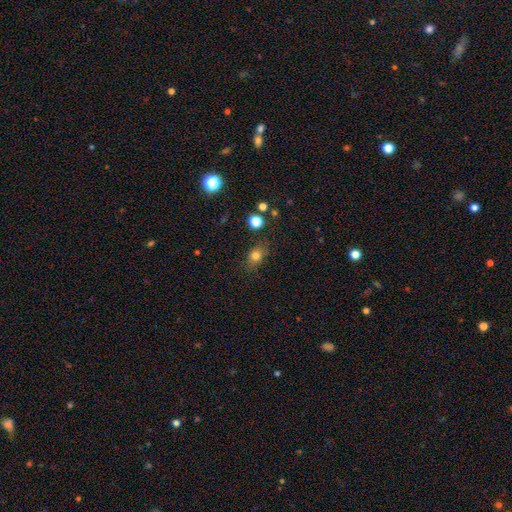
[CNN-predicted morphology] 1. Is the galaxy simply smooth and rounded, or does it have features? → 79% smooth, 13% star or artifact, 8% featured or disk.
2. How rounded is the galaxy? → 55% in between, 43% round, 2% cigar-shaped.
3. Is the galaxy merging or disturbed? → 77% none, 15% minor disturbance, 5% major disturbance, 3% merger.